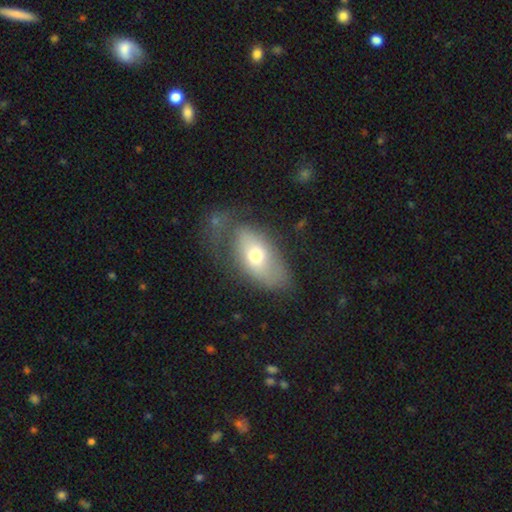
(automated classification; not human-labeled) This appears to be a smooth galaxy with no disk features (61%) that is in between round and cigar-shaped (89%). Merging: none (42%).